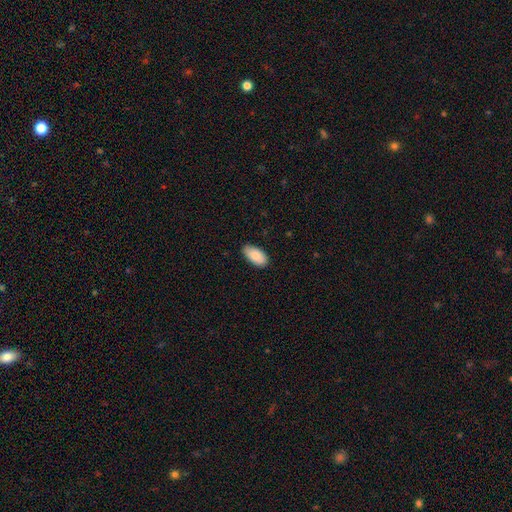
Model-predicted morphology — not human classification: type=smooth (87%); roundness=in between (95%); merging=none (85%).